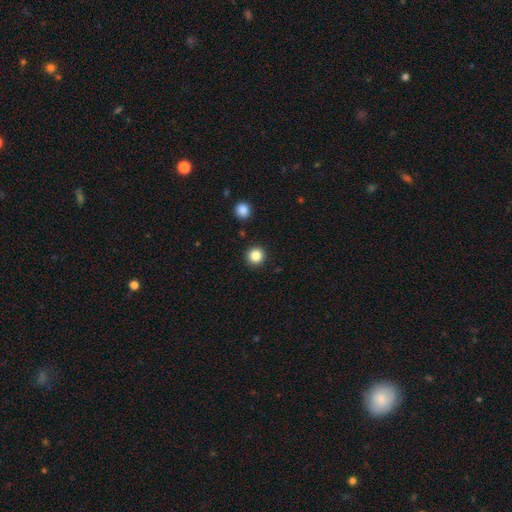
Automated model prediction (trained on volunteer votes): Smooth or featured? Predicted: smooth (p=0.84). How rounded? Predicted: round (p=0.95). Merging? Predicted: none (p=0.92).